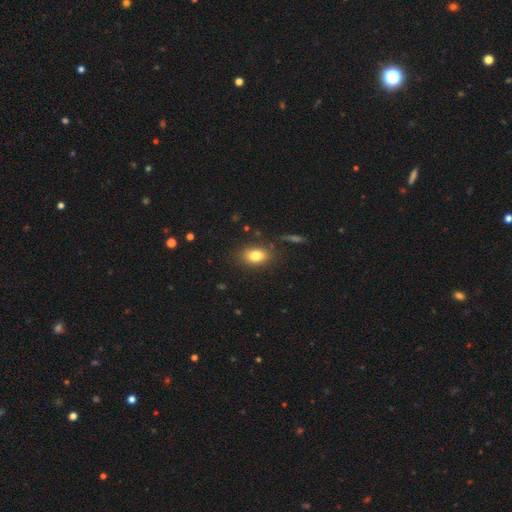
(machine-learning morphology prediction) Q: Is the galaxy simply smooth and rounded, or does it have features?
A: smooth — 81%.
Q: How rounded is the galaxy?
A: in between — 82%.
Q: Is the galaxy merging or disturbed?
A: none — 83%.